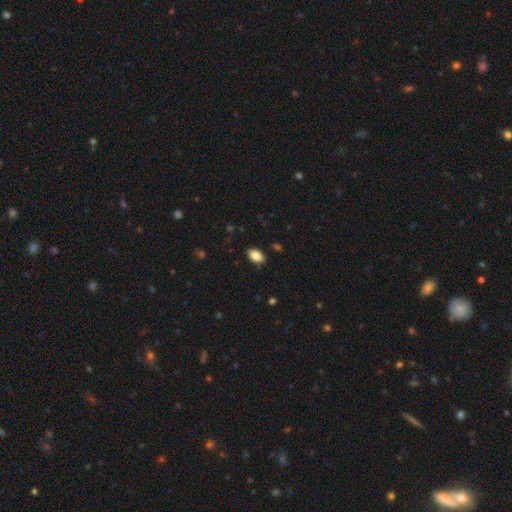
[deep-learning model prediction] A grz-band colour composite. It shows a smooth galaxy with no disk features (83%) that is in between round and cigar-shaped (91%). Merging: none (86%).